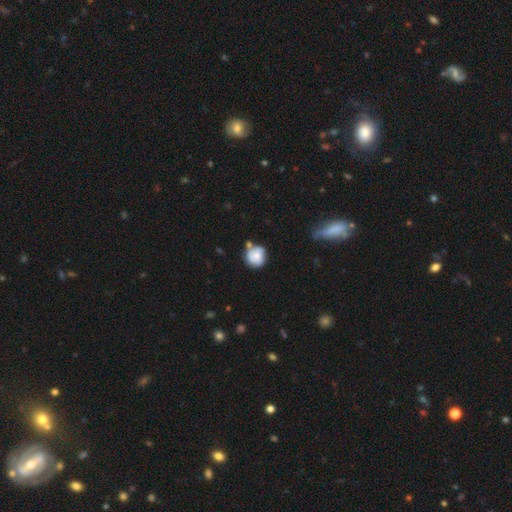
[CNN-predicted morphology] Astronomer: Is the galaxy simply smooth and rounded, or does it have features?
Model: smooth — 53% (runner-up: featured or disk, 39%).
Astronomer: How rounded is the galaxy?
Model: round — 84%.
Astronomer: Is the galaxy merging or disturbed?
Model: none — 56%.